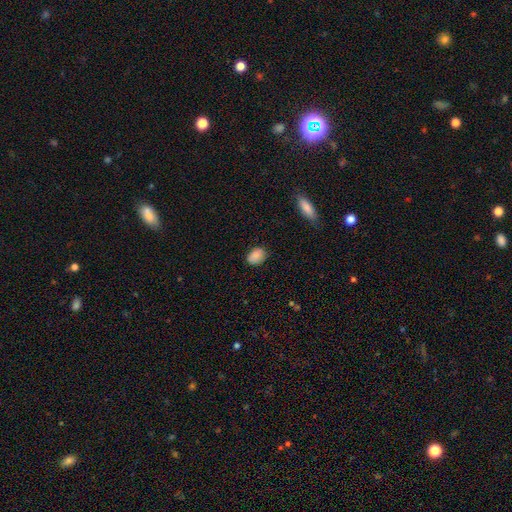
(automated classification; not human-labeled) Smooth or featured?
  - smooth: 86% *
  - star or artifact: 8%
  - featured or disk: 6%
How rounded?
  - in between: 75% *
  - round: 23%
  - cigar-shaped: 1%
Merging?
  - none: 78% *
  - minor disturbance: 18%
  - major disturbance: 3%
  - merger: 1%